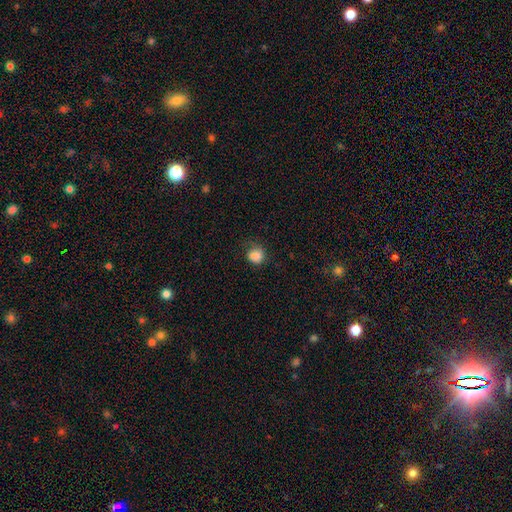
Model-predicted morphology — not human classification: Q: Smooth or featured?
A: smooth (84%); runner-up: star or artifact (10%)
Q: How rounded?
A: round (65%); runner-up: in between (34%)
Q: Merging?
A: none (58%); runner-up: minor disturbance (28%)